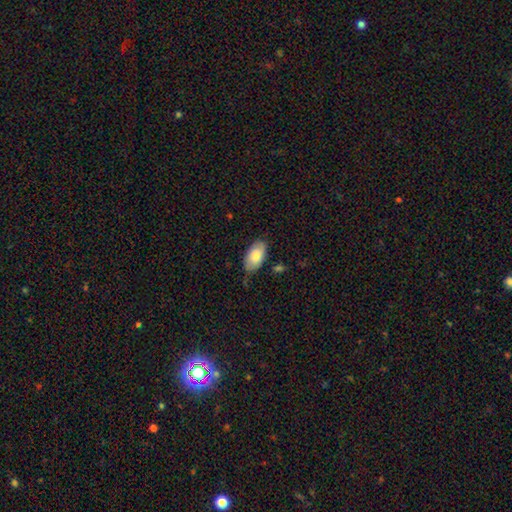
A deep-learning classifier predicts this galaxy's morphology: The model was most divided on "merging": none: 76%, minor disturbance: 18%, major disturbance: 3%, merger: 3%. More confident: how rounded — in between (95%); smooth or featured — smooth (81%).